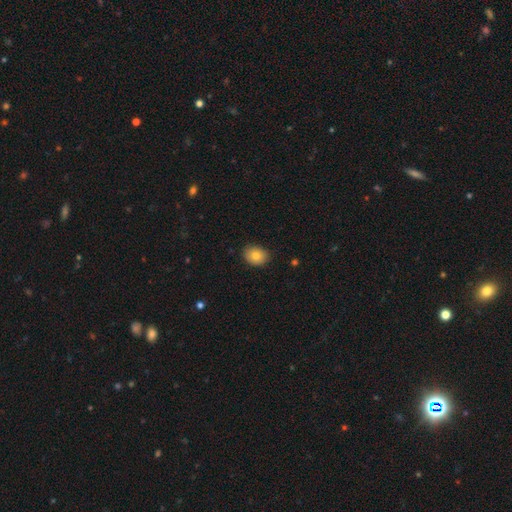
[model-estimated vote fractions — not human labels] This is clearly a smooth galaxy (82%). How rounded: possibly in between (57%). Merging: clearly none (86%).